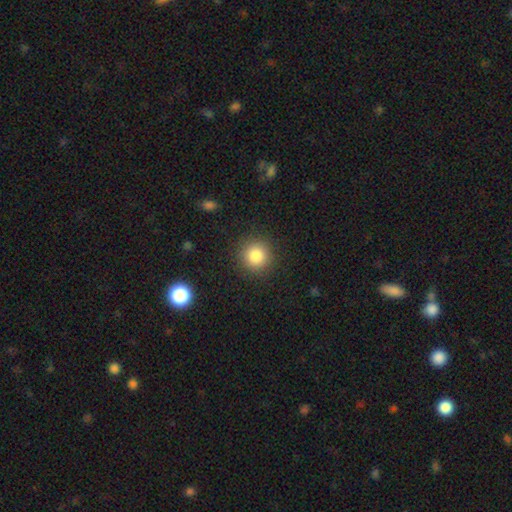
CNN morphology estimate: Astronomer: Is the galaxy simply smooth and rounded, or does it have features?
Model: smooth — 84%.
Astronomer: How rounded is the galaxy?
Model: round — 94%.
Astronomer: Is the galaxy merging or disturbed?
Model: none — 90%.